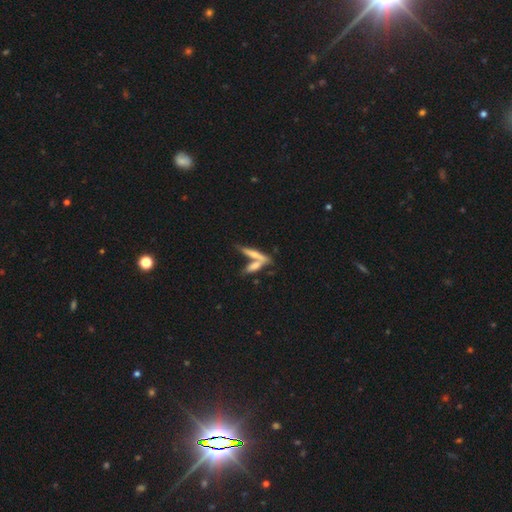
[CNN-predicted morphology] smooth_or_featured: smooth (p=0.52) [alt: featured or disk p=0.39]
how_rounded: cigar-shaped (p=0.78) [alt: in between p=0.20]
merging: merger (p=0.48) [alt: none p=0.40]